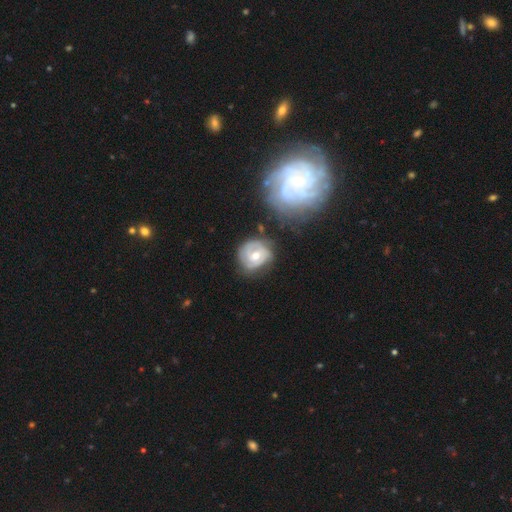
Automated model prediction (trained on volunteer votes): Morphology: type=featured or disk (67%); edge-on=no (97%); bar=no (62%); spiral arms=yes (79%); winding=tight (59%); arm count=2 (34%); bulge=moderate (69%); merging=none (60%).